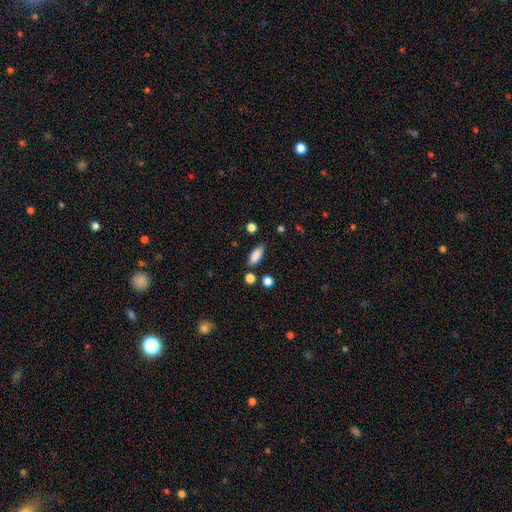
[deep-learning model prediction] smooth 86%, star or artifact 8%, featured or disk 6%. Down the decision tree: how rounded — in between (78%); merging — none (75%).